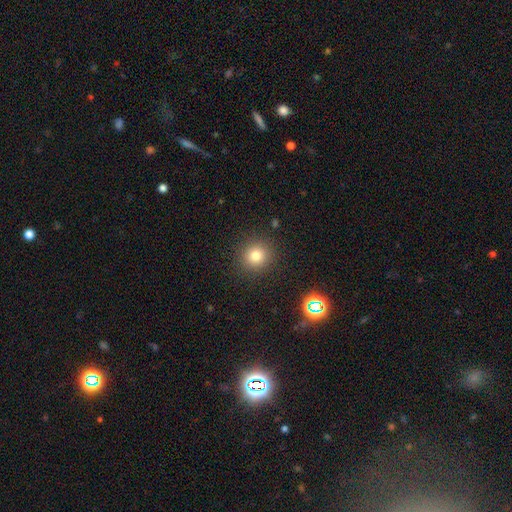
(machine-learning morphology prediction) Smooth or featured?
  - smooth: 79% *
  - star or artifact: 14%
  - featured or disk: 8%
How rounded?
  - round: 90% *
  - in between: 9%
  - cigar-shaped: 1%
Merging?
  - none: 89% *
  - minor disturbance: 7%
  - major disturbance: 3%
  - merger: 1%